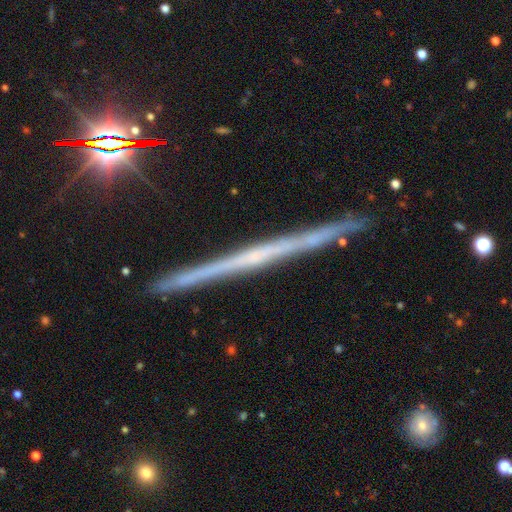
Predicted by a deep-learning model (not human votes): featured or disk 73%, smooth 17%, star or artifact 10%. Down the decision tree: edge-on disk — yes (98%); edge-on bulge — none (76%); merging — none (90%).